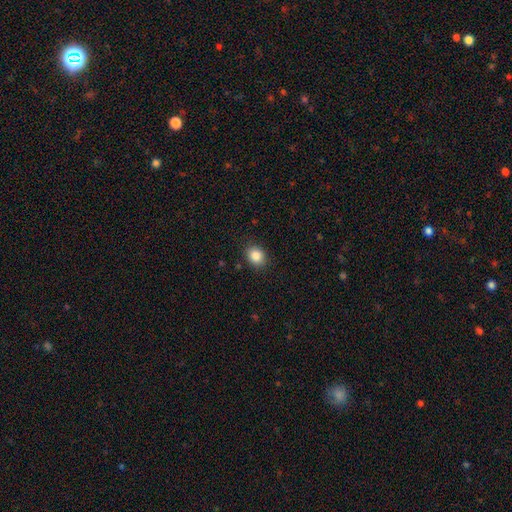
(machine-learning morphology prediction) Q: Smooth or featured?
A: smooth (86%); runner-up: star or artifact (9%)
Q: How rounded?
A: round (60%); runner-up: in between (39%)
Q: Merging?
A: none (87%); runner-up: minor disturbance (9%)